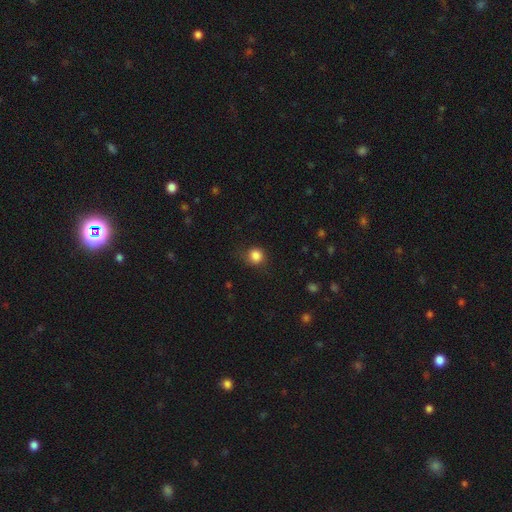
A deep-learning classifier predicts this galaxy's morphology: The model was most divided on "merging": none: 76%, minor disturbance: 17%, major disturbance: 5%, merger: 1%. More confident: how rounded — round (89%); smooth or featured — smooth (85%).